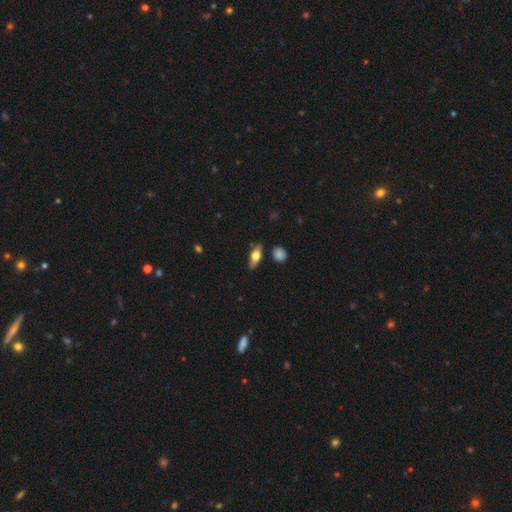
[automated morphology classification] Smooth or featured?
  - smooth: 53% *
  - featured or disk: 40%
  - star or artifact: 7%
How rounded?
  - in between: 70% *
  - cigar-shaped: 24%
  - round: 6%
Merging?
  - none: 80% *
  - minor disturbance: 14%
  - major disturbance: 3%
  - merger: 3%